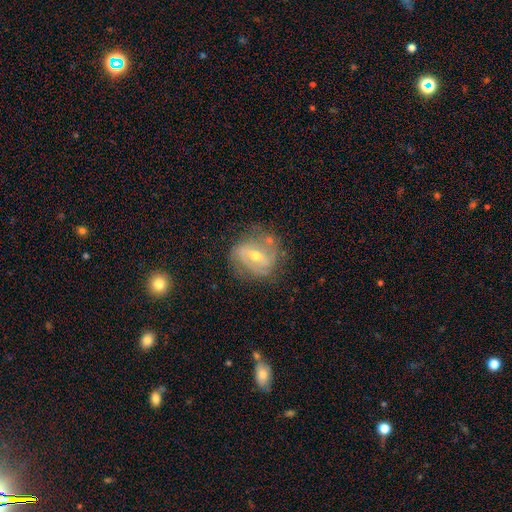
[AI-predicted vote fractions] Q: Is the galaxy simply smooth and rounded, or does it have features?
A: featured or disk — 76%.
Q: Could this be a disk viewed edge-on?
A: no — 95%.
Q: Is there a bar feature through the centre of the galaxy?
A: weak — 43%.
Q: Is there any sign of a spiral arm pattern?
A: yes — 79%.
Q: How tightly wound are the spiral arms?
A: tight — 40%.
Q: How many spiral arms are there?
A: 2 — 60%.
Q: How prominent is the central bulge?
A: moderate — 65%.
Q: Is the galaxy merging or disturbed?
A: none — 66%.